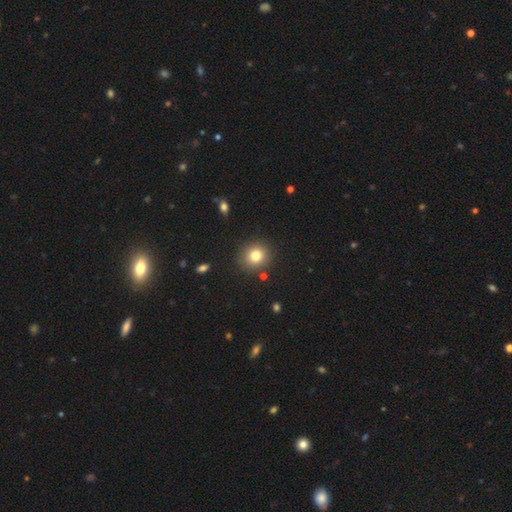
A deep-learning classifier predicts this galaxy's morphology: smooth 80%, star or artifact 12%, featured or disk 8%. Down the decision tree: how rounded — round (87%); merging — none (87%).